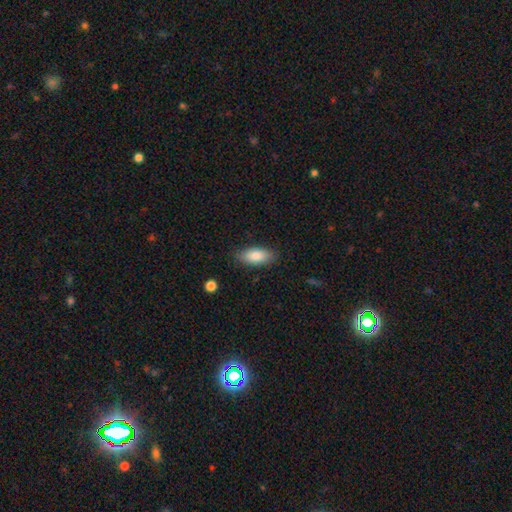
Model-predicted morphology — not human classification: This is clearly a smooth galaxy (85%). How rounded: clearly in between (85%). Merging: clearly none (85%).